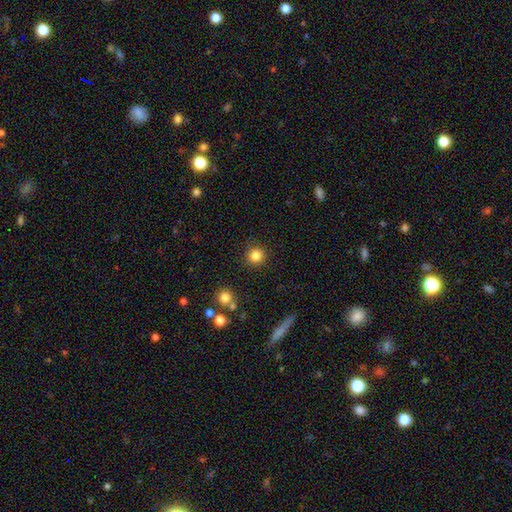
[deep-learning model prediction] Overall: smooth (84%). How rounded: round (94%). Merging: none (89%).